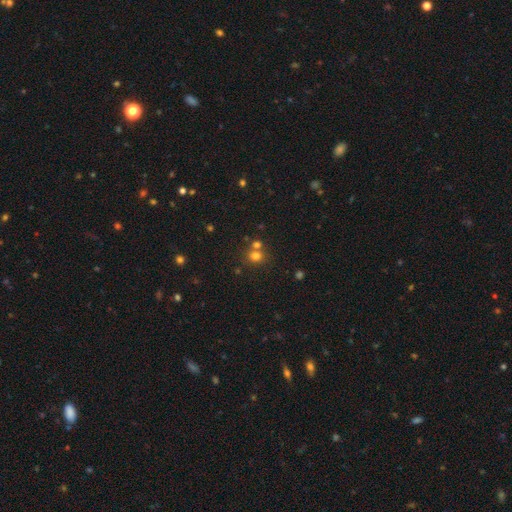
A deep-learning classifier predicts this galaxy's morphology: A smooth galaxy with no disk features (73%) that is round (81%). Merging: none (57%).